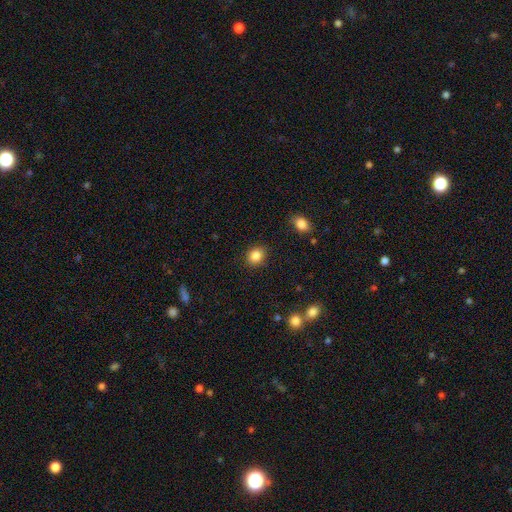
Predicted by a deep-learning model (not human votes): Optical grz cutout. It shows a smooth galaxy with no disk features (85%) that is round (67%). Merging: none (88%).